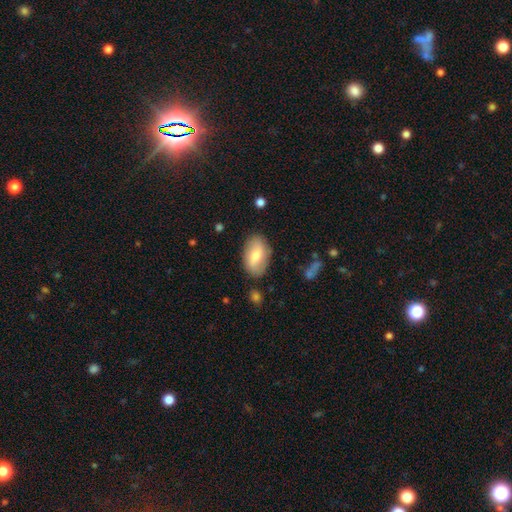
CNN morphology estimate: The model was most divided on "smooth or featured": smooth: 64%, featured or disk: 30%, star or artifact: 6%. More confident: how rounded — in between (92%); merging — none (81%).